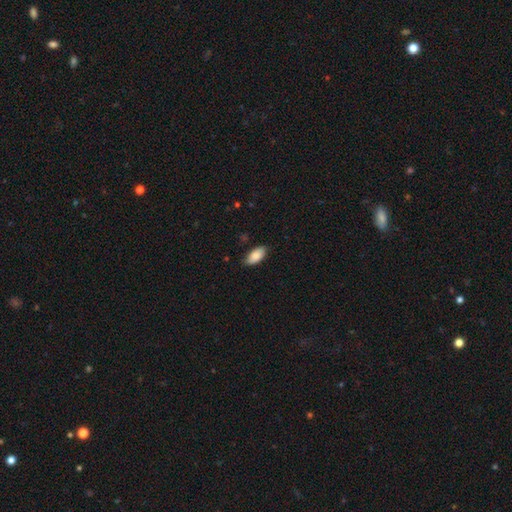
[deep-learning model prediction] Q: Smooth or featured?
A: smooth (86%); runner-up: featured or disk (8%)
Q: How rounded?
A: in between (92%); runner-up: cigar-shaped (6%)
Q: Merging?
A: none (82%); runner-up: minor disturbance (14%)